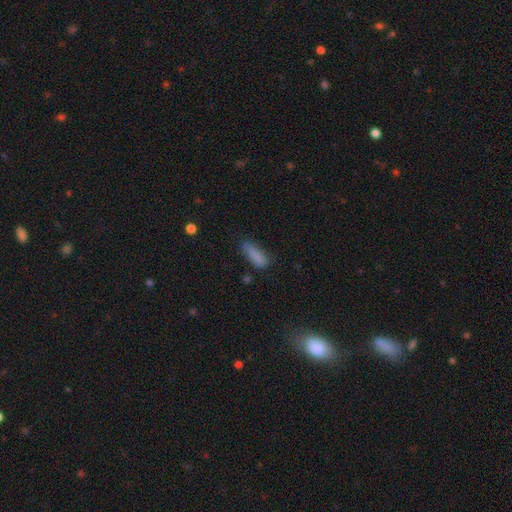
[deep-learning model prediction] smooth_or_featured: smooth (p=0.84) [alt: star or artifact p=0.09]
how_rounded: in between (p=0.51) [alt: cigar-shaped p=0.47]
merging: none (p=0.65) [alt: minor disturbance p=0.25]